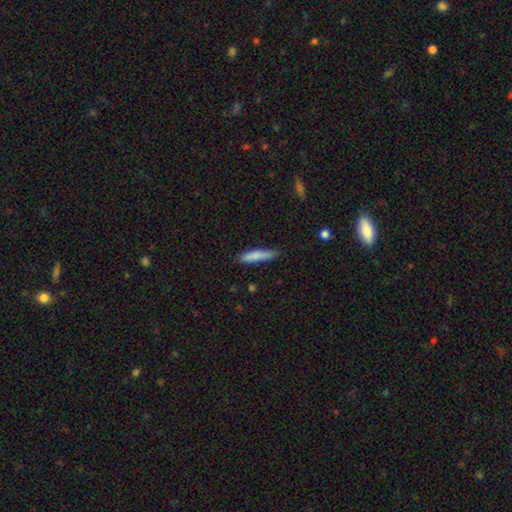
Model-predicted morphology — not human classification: A smooth galaxy with no disk features (82%) that is cigar-shaped (85%).

Vote fractions:
- Smooth or featured? smooth: 82% / featured or disk: 12% / star or artifact: 6%
- How rounded? cigar-shaped: 85% / in between: 14% / round: 1%
- Merging? none: 76% / minor disturbance: 20% / major disturbance: 3% / merger: 2%